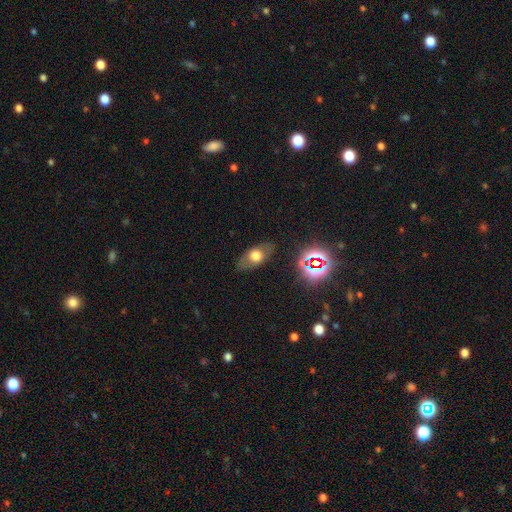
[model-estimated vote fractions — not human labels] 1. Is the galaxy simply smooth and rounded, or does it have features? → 57% smooth, 30% featured or disk, 13% star or artifact.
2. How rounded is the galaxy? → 83% in between, 12% round, 5% cigar-shaped.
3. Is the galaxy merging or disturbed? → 81% none, 13% minor disturbance, 4% major disturbance, 2% merger.